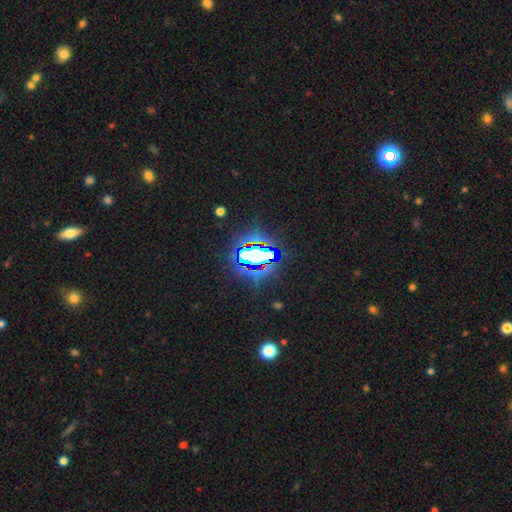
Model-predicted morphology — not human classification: Overall: star or artifact (68%).